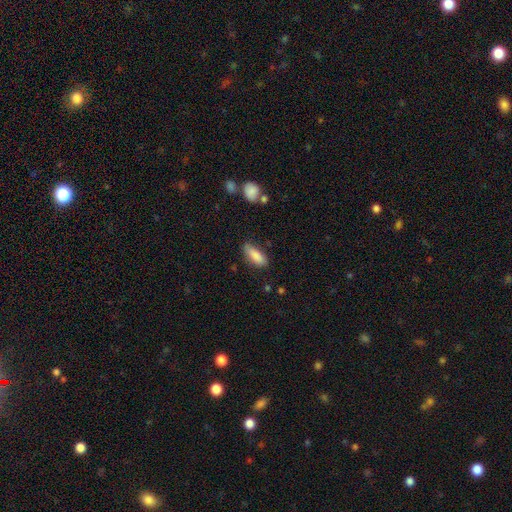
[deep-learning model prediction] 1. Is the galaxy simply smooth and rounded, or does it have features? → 86% smooth, 8% featured or disk, 6% star or artifact.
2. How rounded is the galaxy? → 75% in between, 23% cigar-shaped, 2% round.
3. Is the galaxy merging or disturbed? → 75% none, 19% minor disturbance, 4% major disturbance, 2% merger.